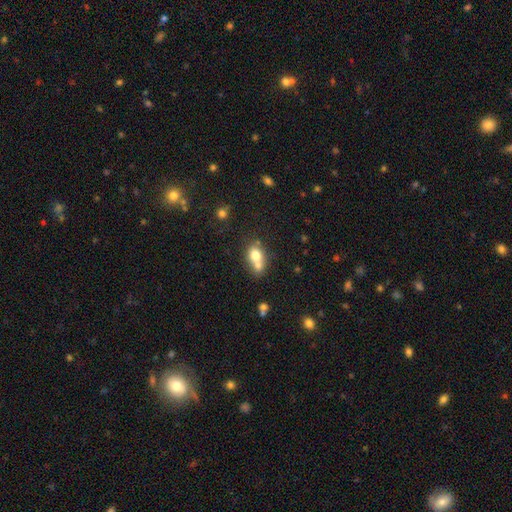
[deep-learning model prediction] This is likely a smooth galaxy (72%). How rounded: possibly in between (53%). Merging: possibly merger (58%).